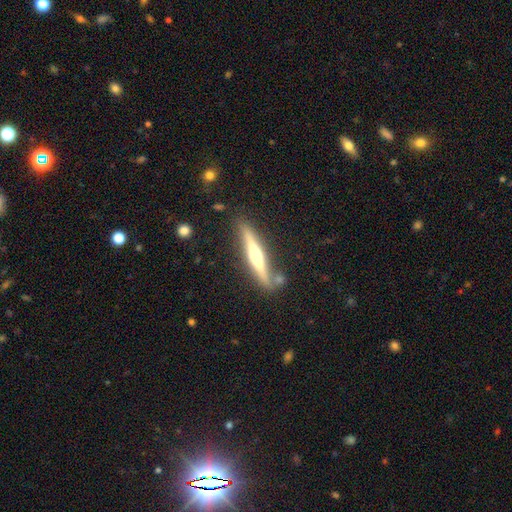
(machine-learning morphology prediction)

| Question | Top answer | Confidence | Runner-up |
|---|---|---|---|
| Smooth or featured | featured or disk | 65% | smooth (29%) |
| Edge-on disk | yes | 95% | no (5%) |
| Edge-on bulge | rounded | 84% | none (9%) |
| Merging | none | 77% | minor disturbance (13%) |